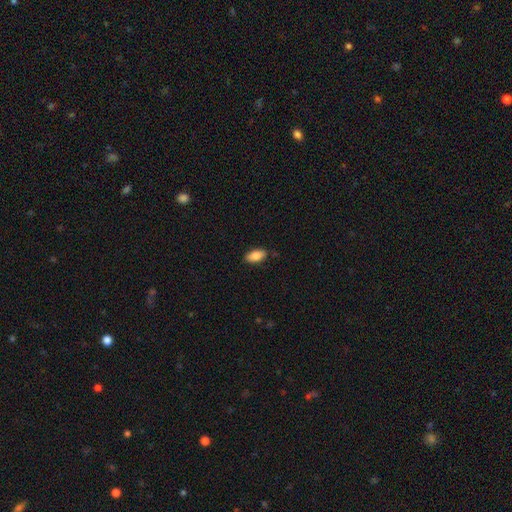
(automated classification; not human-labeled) This appears to be a smooth galaxy with no disk features (83%) that is in between round and cigar-shaped (91%). Merging: none (86%).